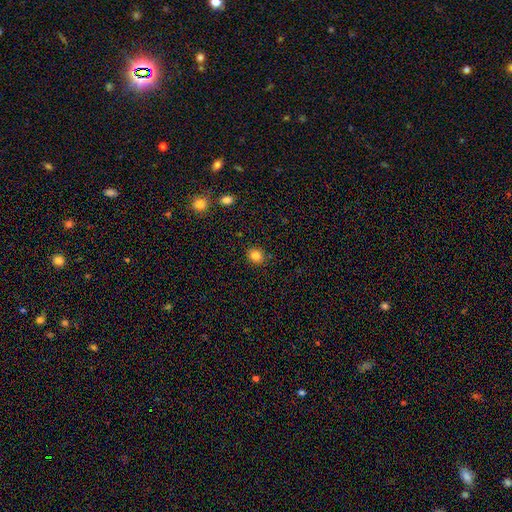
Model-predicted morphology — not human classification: smooth-or-featured: smooth: 83% | star or artifact: 11% | featured or disk: 5%
  how-rounded: round: 71% | in between: 28% | cigar-shaped: 1%
  merging: none: 89% | minor disturbance: 8% | major disturbance: 2% | merger: 1%